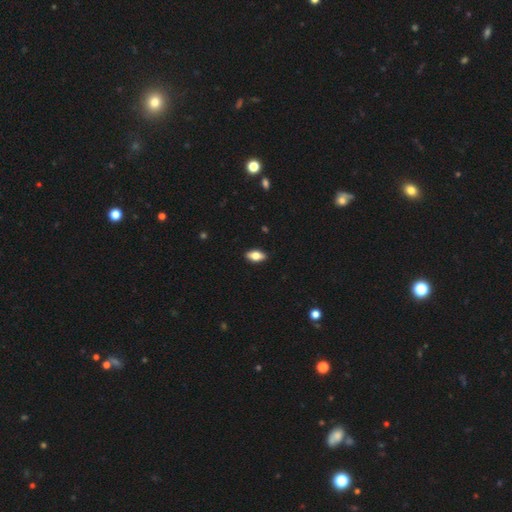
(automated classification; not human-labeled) Morphology: type=smooth (74%); roundness=in between (88%); merging=none (89%).